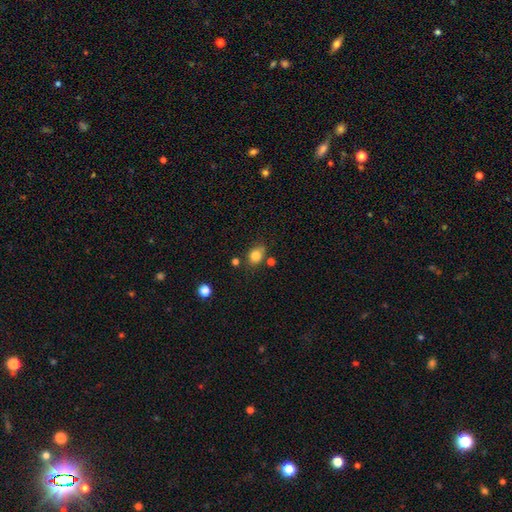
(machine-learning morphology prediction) The model was most divided on "how rounded": in between: 52%, round: 47%, cigar-shaped: 1%. More confident: smooth or featured — smooth (81%); merging — none (72%).